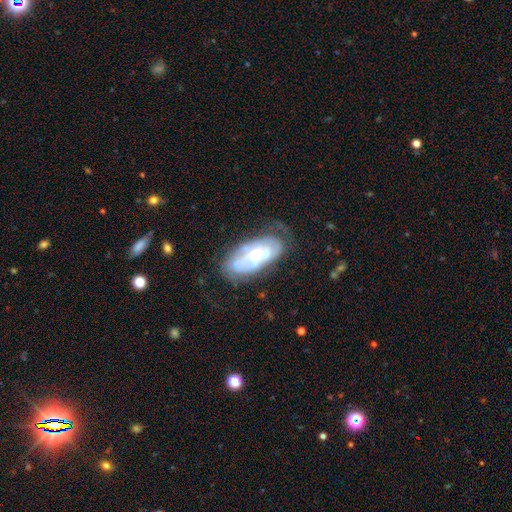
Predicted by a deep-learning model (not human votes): Smooth or featured: featured or disk — 66% (smooth — 27%)
Edge-on disk: no — 92% (yes — 8%)
Bar: no — 64% (weak — 28%)
Spiral arms: yes — 69% (no — 31%)
Bulge size: small — 47% (moderate — 38%)
Merging: none — 56% (minor disturbance — 27%)